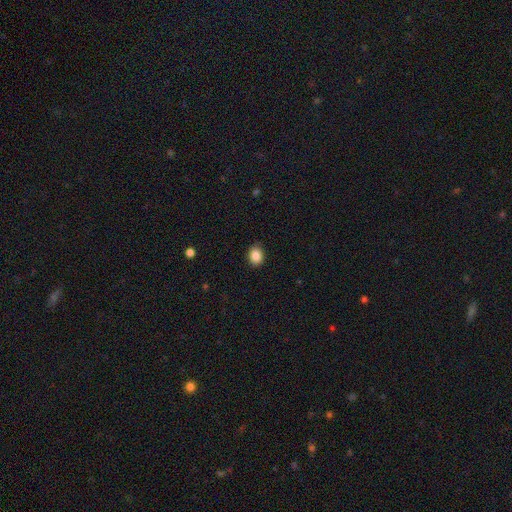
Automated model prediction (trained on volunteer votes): This appears to be a smooth galaxy with no disk features (87%) that is in between round and cigar-shaped (55%). Merging: none (87%).